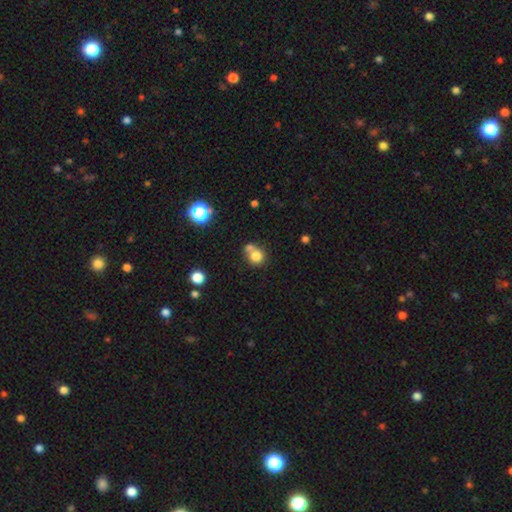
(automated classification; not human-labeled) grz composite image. It shows a smooth galaxy with no disk features (77%) that is round (81%). Merging: none (44%).